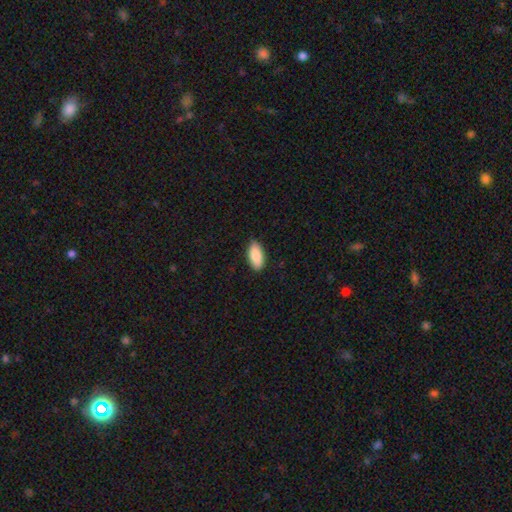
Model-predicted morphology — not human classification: A smooth galaxy with no disk features (90%) that is in between round and cigar-shaped (91%).

Vote fractions:
- Smooth or featured? smooth: 90% / star or artifact: 6% / featured or disk: 5%
- How rounded? in between: 91% / cigar-shaped: 7% / round: 2%
- Merging? none: 87% / minor disturbance: 10% / major disturbance: 2% / merger: 1%